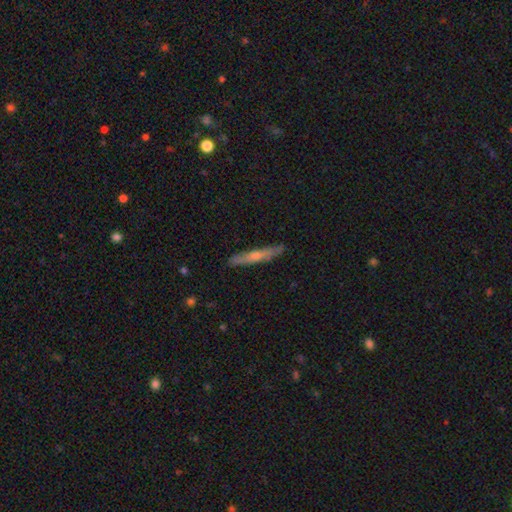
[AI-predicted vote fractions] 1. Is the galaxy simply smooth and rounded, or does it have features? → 53% featured or disk, 41% smooth, 6% star or artifact.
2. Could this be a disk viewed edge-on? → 92% yes, 8% no.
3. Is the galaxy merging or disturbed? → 88% none, 9% minor disturbance, 2% major disturbance, 1% merger.